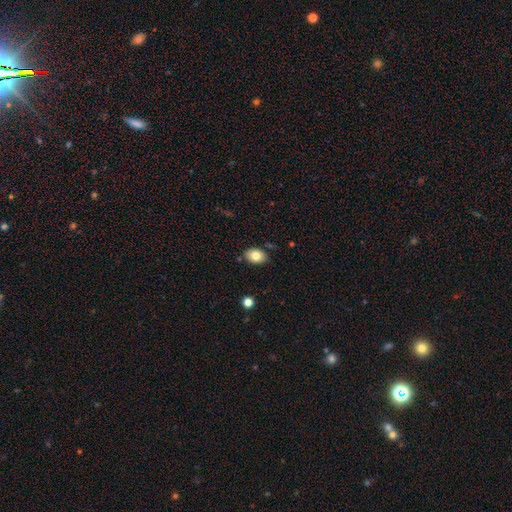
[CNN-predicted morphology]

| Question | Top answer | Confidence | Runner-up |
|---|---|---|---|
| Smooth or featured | smooth | 80% | featured or disk (12%) |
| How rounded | in between | 80% | round (19%) |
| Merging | none | 81% | minor disturbance (13%) |